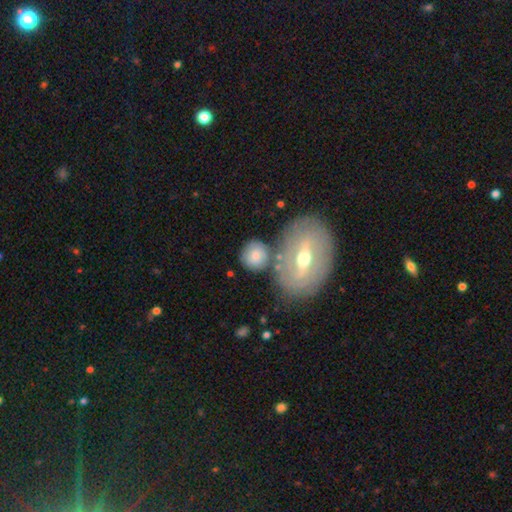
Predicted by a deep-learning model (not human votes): smooth 70%, featured or disk 22%, star or artifact 8%. Down the decision tree: how rounded — round (79%); merging — none (69%).